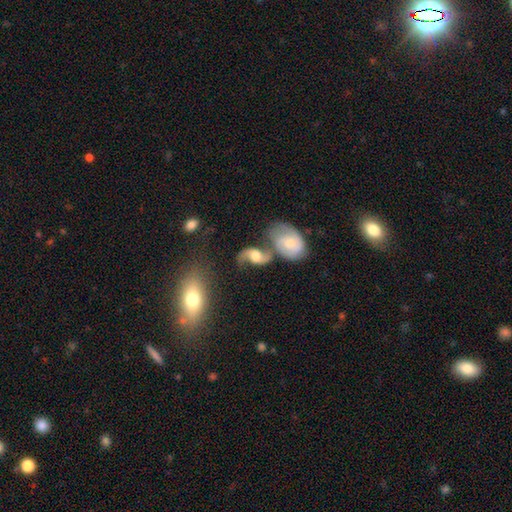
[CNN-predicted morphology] smooth-or-featured: featured or disk: 74% | smooth: 18% | star or artifact: 7%
  disk-edge-on: no: 96% | yes: 4%
    bar: no: 55% | weak: 36% | strong: 9%
    has-spiral-arms: yes: 92% | no: 8%
      spiral-winding: loose: 67% | medium: 27% | tight: 6%
      spiral-arm-count: 2: 91% | 1: 3% | can't tell: 3% | 3: 1% | 4: 1% | more than 4: 1%
    bulge-size: moderate: 53% | large: 24% | small: 17% | none: 4% | dominant: 3%
  merging: merger: 39% | none: 36% | minor disturbance: 14% | major disturbance: 11%